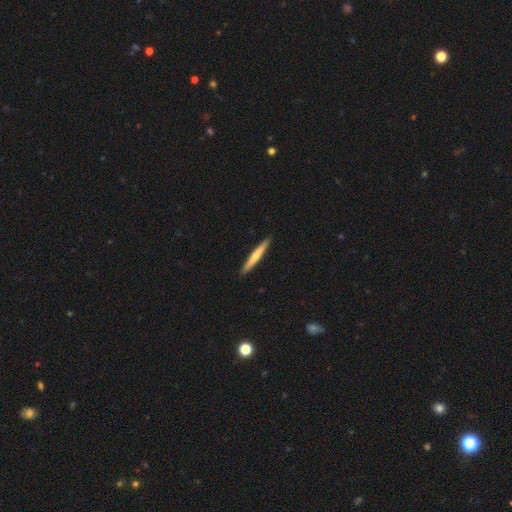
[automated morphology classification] Overall: smooth (63%; featured or disk 32%). How rounded: cigar-shaped (96%). Merging: none (92%).